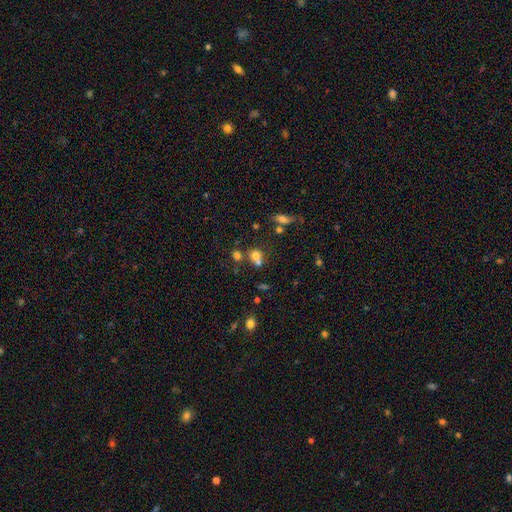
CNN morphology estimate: Smooth or featured: smooth — 68% (star or artifact — 19%)
How rounded: round — 83% (in between — 16%)
Merging: none — 45% (merger — 43%)